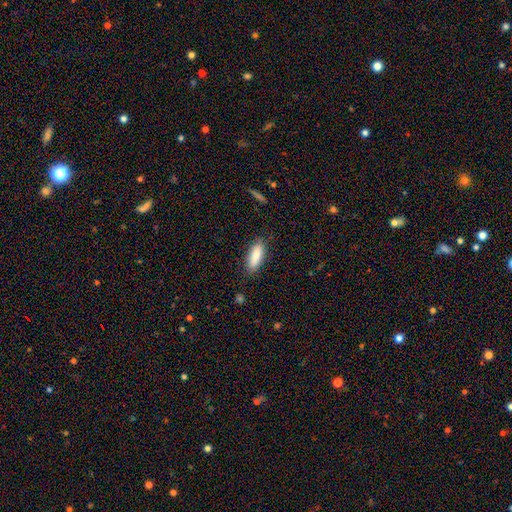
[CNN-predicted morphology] Smooth or featured?
  - smooth: 84% *
  - featured or disk: 10%
  - star or artifact: 6%
How rounded?
  - in between: 65% *
  - cigar-shaped: 33%
  - round: 2%
Merging?
  - none: 84% *
  - minor disturbance: 12%
  - major disturbance: 3%
  - merger: 1%